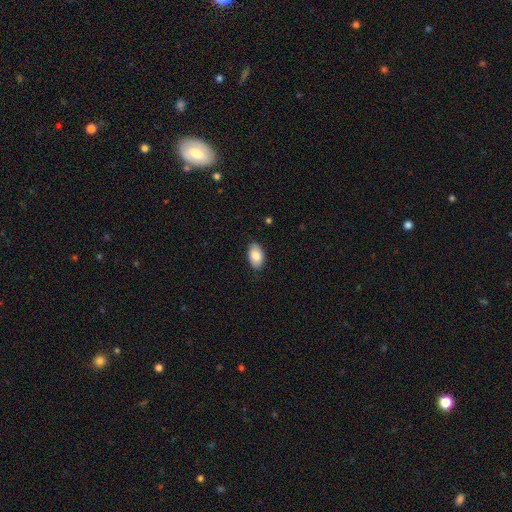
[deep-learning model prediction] Q: Smooth or featured?
A: smooth (86%); runner-up: featured or disk (8%)
Q: How rounded?
A: in between (93%); runner-up: round (6%)
Q: Merging?
A: none (86%); runner-up: minor disturbance (11%)